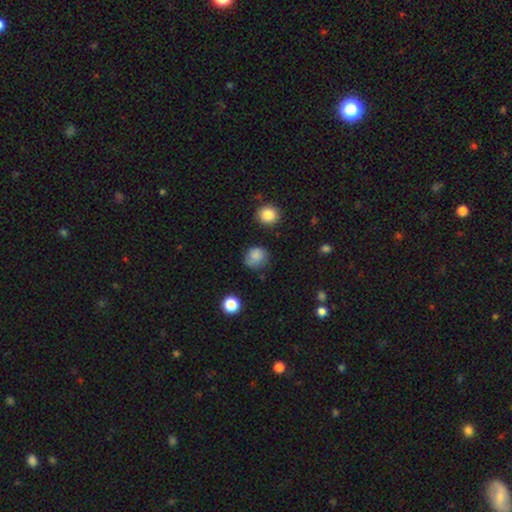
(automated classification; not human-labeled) This appears to be a smooth galaxy with no disk features (82%) that is round (77%). Merging: none (66%).